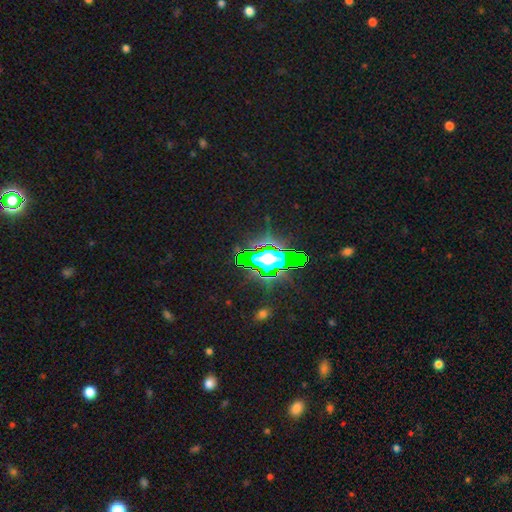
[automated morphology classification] Smooth or featured?
  - star or artifact: 80% *
  - smooth: 11%
  - featured or disk: 9%